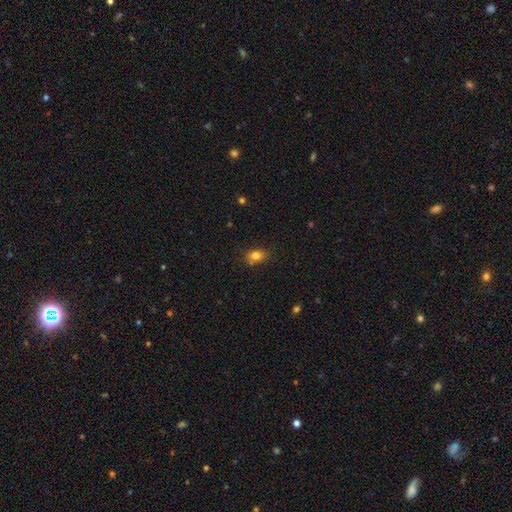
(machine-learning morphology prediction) Overall: smooth (80%). How rounded: in between (71%). Merging: none (73%).